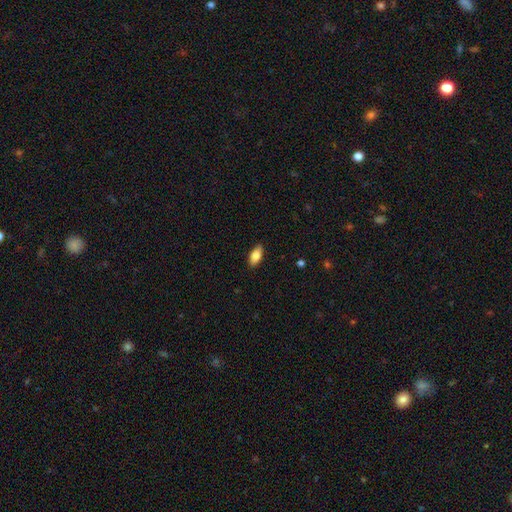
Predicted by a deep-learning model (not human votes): smooth_or_featured: smooth (p=0.80) [alt: featured or disk p=0.13]
how_rounded: in between (p=0.85) [alt: cigar-shaped p=0.13]
merging: none (p=0.88) [alt: minor disturbance p=0.09]